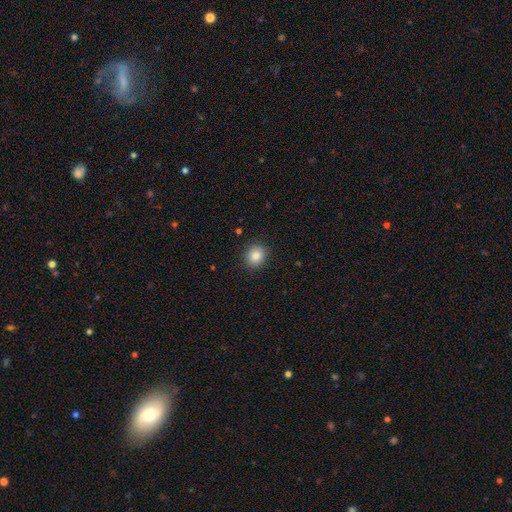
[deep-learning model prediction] Morphology: type=smooth (85%); roundness=round (76%); merging=none (89%).